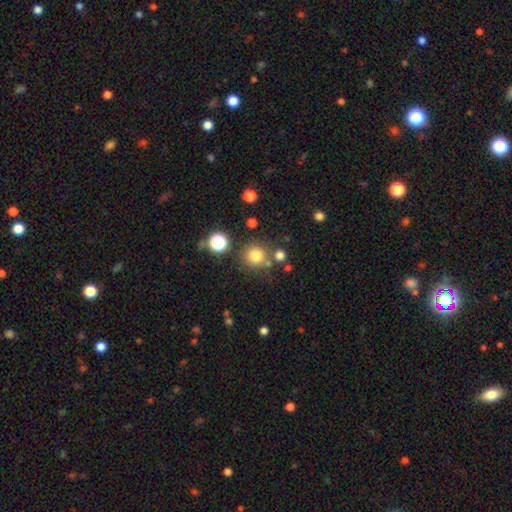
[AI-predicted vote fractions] Smooth or featured? smooth (78%)
How rounded? round (93%)
Merging? none (76%)